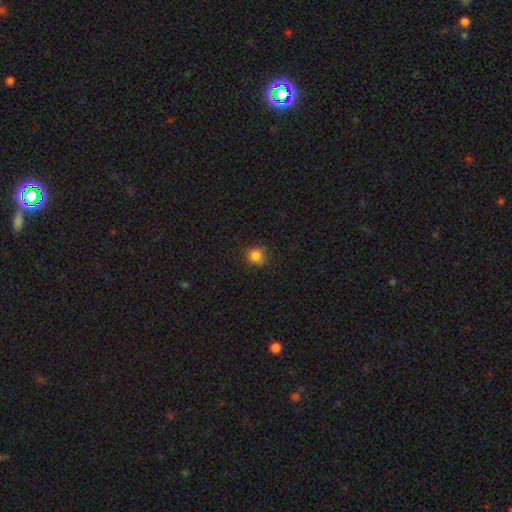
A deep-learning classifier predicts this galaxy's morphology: Smooth or featured? Predicted: smooth (p=0.83). How rounded? Predicted: round (p=0.85). Merging? Predicted: none (p=0.79).